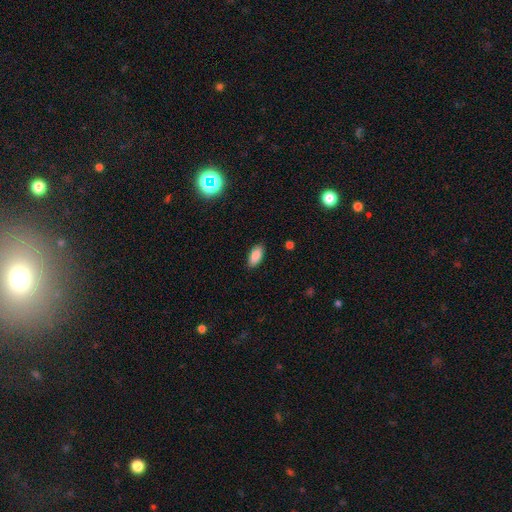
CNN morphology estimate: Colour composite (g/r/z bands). It shows a smooth galaxy with no disk features (88%) that is in between round and cigar-shaped (90%). Merging: none (87%).